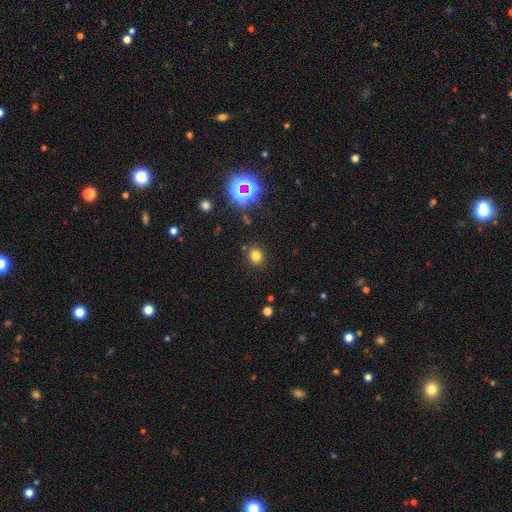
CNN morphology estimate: A smooth galaxy with no disk features (75%) that is round (74%). Merging: none (87%).